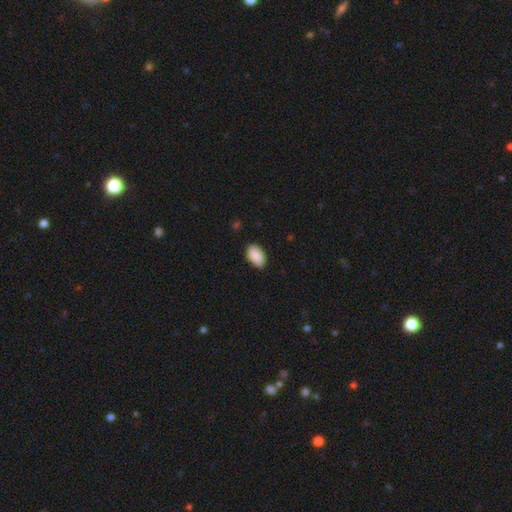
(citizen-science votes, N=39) smooth_or_featured: smooth (p=0.90) [alt: featured or disk p=0.08]
how_rounded: in between (p=0.91) [alt: round p=0.09]
merging: none (p=0.87) [alt: minor disturbance p=0.08]